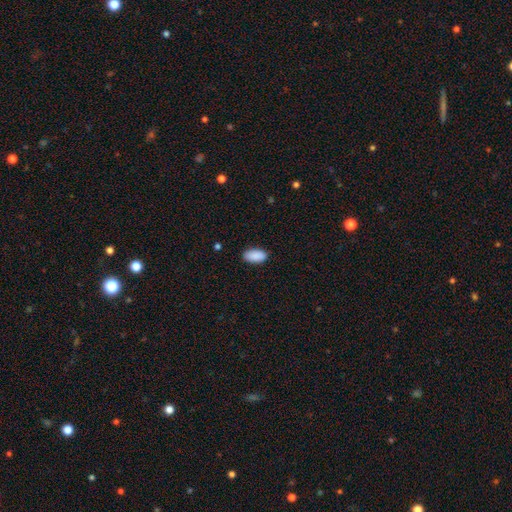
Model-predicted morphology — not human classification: type=smooth (91%); roundness=in between (95%); merging=none (87%).